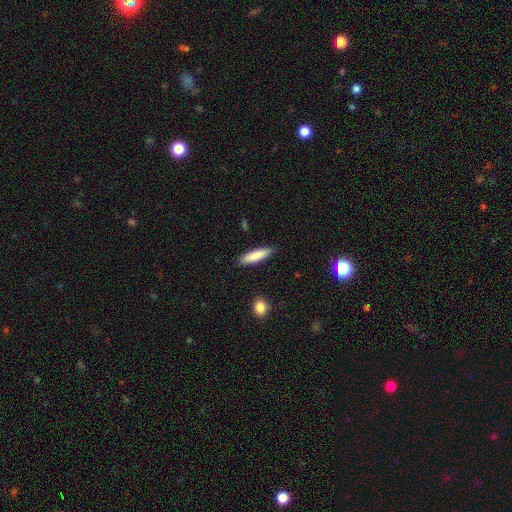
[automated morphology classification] Overall: smooth (82%). How rounded: cigar-shaped (77%). Merging: none (89%).